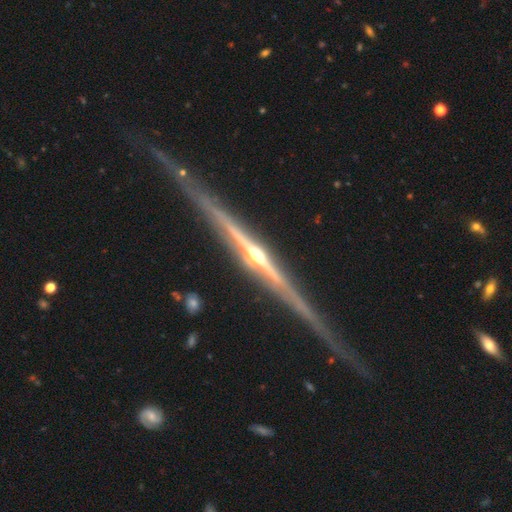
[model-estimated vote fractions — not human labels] featured or disk 91%, smooth 5%, star or artifact 4%. Down the decision tree: edge-on disk — yes (98%); edge-on bulge — rounded (89%); merging — none (83%).